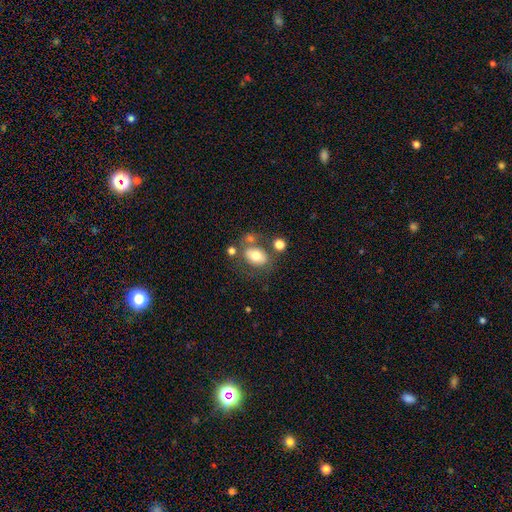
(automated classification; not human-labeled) Smooth or featured: smooth — 68% (featured or disk — 22%)
How rounded: in between — 75% (round — 23%)
Merging: none — 56% (merger — 19%)